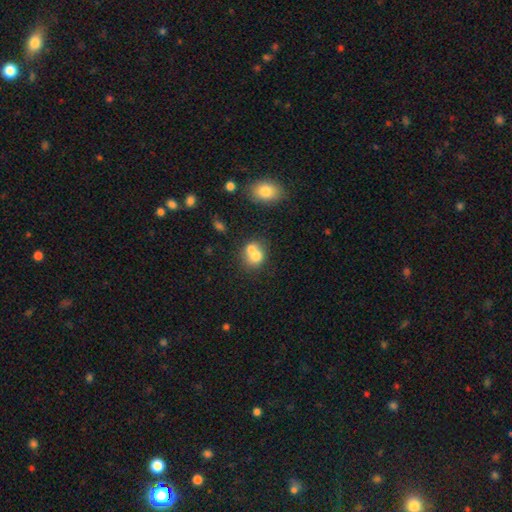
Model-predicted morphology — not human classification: Smooth or featured: smooth — 71% (featured or disk — 19%)
How rounded: round — 69% (in between — 30%)
Merging: merger — 61% (none — 28%)